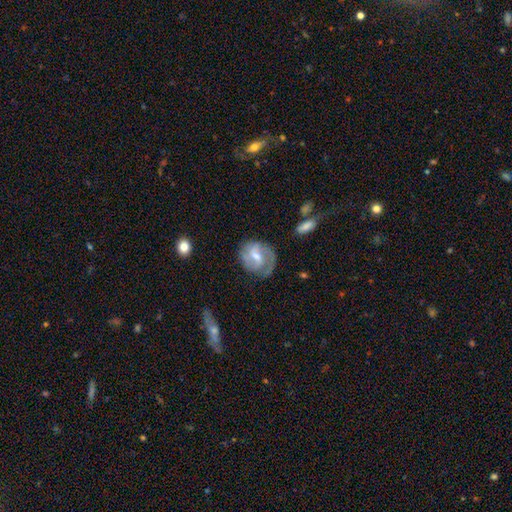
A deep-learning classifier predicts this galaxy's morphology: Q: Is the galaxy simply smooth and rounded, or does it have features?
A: featured or disk — 72%.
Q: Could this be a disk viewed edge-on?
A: no — 96%.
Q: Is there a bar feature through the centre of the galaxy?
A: weak — 54%.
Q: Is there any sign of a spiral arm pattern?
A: yes — 88%.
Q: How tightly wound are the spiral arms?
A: medium — 42%.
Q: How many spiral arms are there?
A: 2 — 60%.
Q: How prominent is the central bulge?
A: moderate — 53%.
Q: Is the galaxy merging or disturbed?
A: none — 67%.